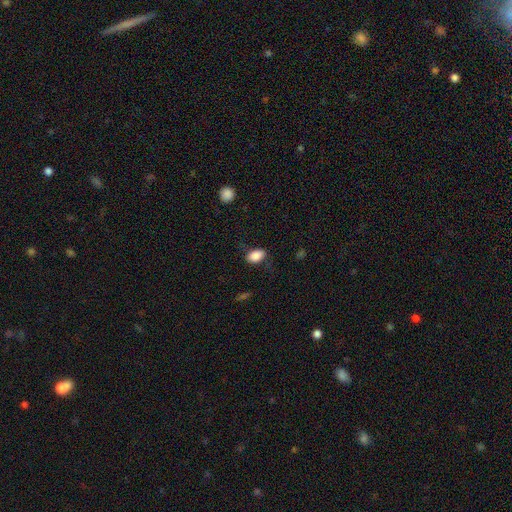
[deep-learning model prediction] Smooth or featured? smooth (87%)
How rounded? in between (89%)
Merging? none (76%)